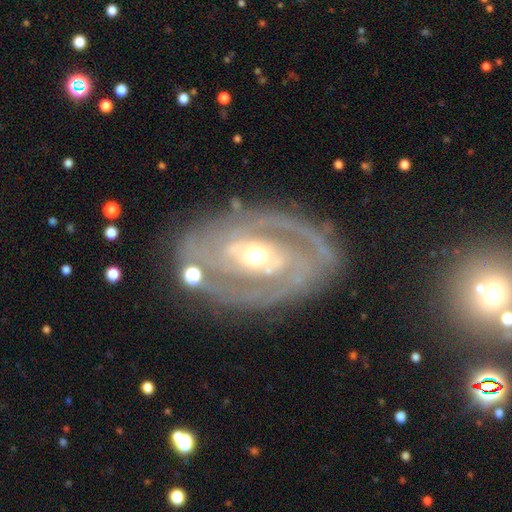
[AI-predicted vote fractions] This appears to be a featured or disk galaxy (90%) with no bar (44%), 2 (57%) tight (62%) spiral arms (95%) and a moderate central bulge (64%). Merging: none (77%).